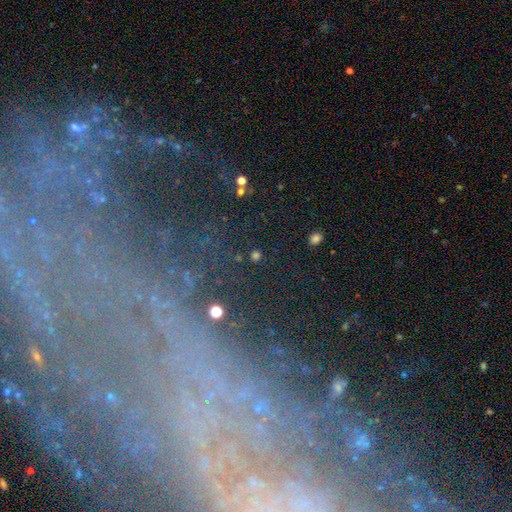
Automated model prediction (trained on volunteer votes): Smooth or featured? Predicted: star or artifact (p=0.49).